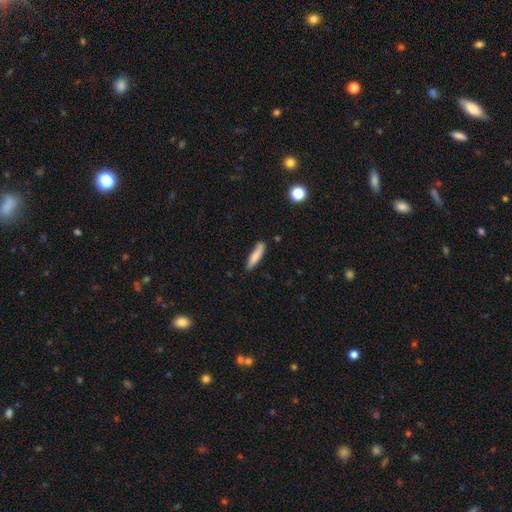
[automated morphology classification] A smooth galaxy with no disk features (80%) that is cigar-shaped (79%). Merging: none (77%).